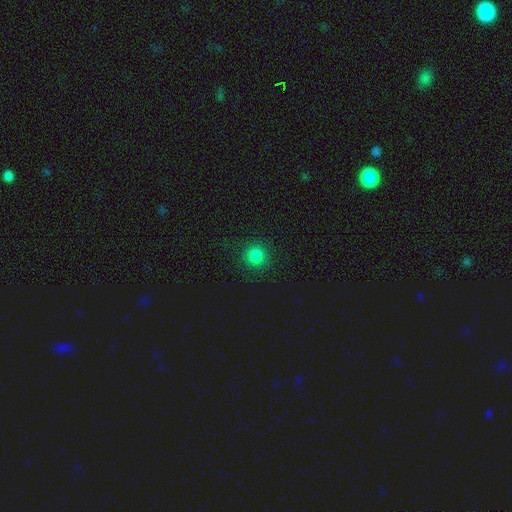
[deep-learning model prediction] smooth 84%, star or artifact 13%, featured or disk 3%. Down the decision tree: how rounded — round (93%); merging — none (91%).